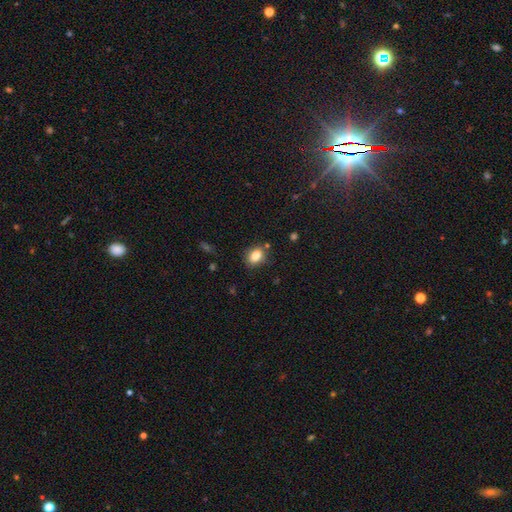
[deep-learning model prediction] smooth_or_featured: smooth (p=0.83) [alt: star or artifact p=0.10]
how_rounded: in between (p=0.67) [alt: round p=0.32]
merging: none (p=0.77) [alt: minor disturbance p=0.16]